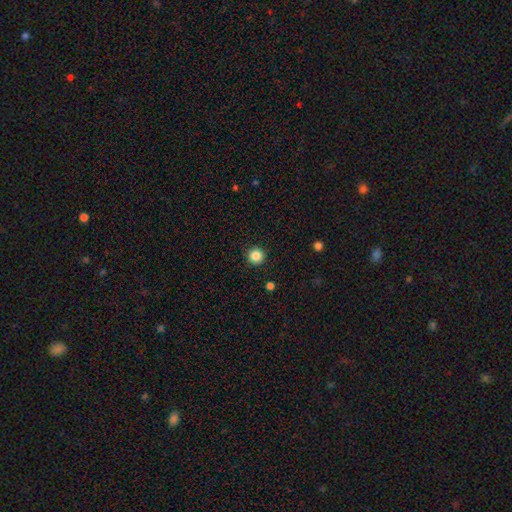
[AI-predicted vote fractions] smooth 85%, star or artifact 11%, featured or disk 4%. Down the decision tree: how rounded — round (95%); merging — none (92%).